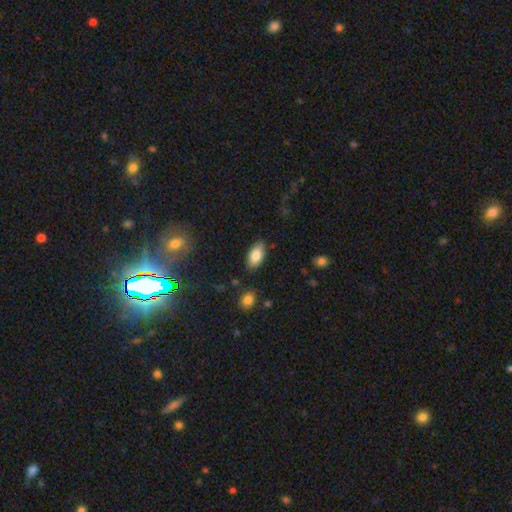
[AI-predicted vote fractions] Q: Smooth or featured?
A: smooth (82%); runner-up: featured or disk (10%)
Q: How rounded?
A: in between (94%); runner-up: round (4%)
Q: Merging?
A: none (84%); runner-up: minor disturbance (11%)